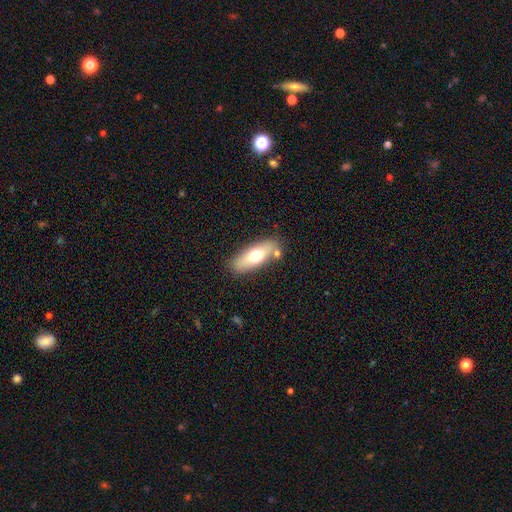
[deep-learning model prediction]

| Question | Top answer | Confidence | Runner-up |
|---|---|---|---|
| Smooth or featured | smooth | 62% | featured or disk (31%) |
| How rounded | in between | 68% | cigar-shaped (28%) |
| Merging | none | 75% | minor disturbance (13%) |